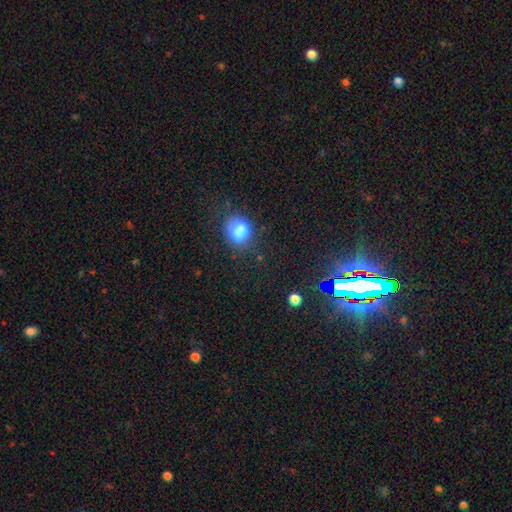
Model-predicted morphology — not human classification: smooth_or_featured: star or artifact (p=0.52) [alt: smooth p=0.40]